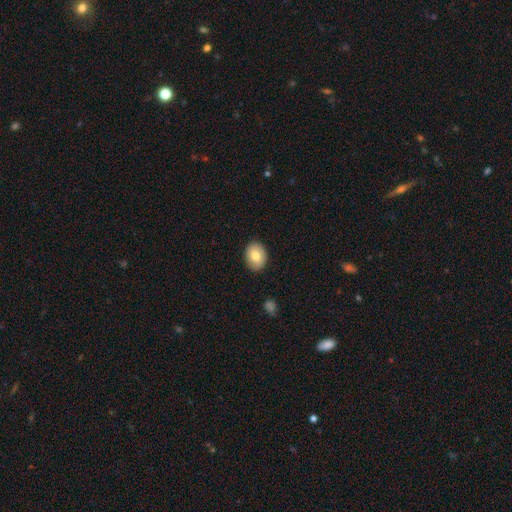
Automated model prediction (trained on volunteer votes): This appears to be a smooth galaxy with no disk features (75%) that is in between round and cigar-shaped (55%). Merging: none (88%).